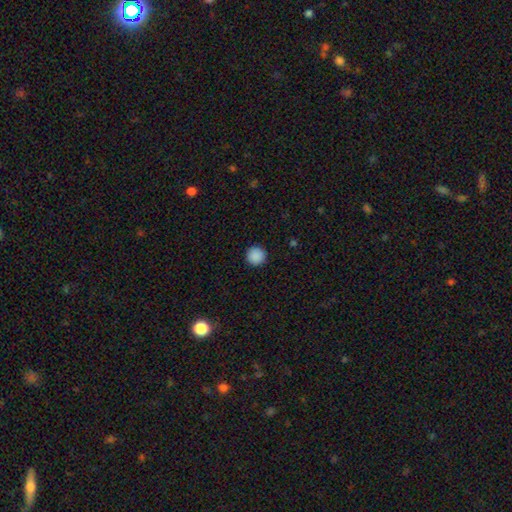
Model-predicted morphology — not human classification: Smooth or featured: smooth — 89% (star or artifact — 9%)
How rounded: round — 96% (in between — 3%)
Merging: none — 93% (minor disturbance — 5%)